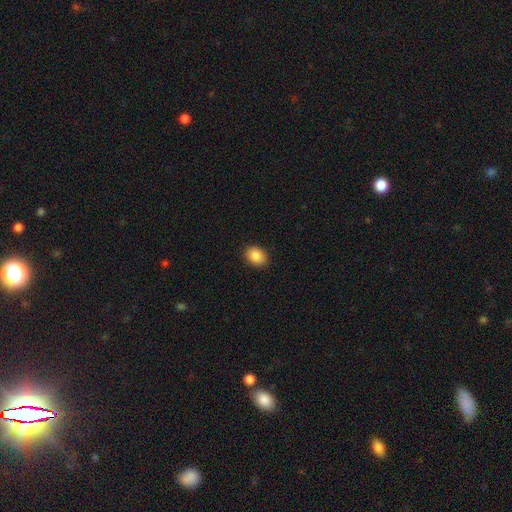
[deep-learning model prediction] A smooth galaxy with no disk features (88%) that is in between round and cigar-shaped (68%).

Vote fractions:
- Smooth or featured? smooth: 88% / star or artifact: 8% / featured or disk: 4%
- How rounded? in between: 68% / round: 31% / cigar-shaped: 1%
- Merging? none: 90% / minor disturbance: 7% / major disturbance: 2% / merger: 1%